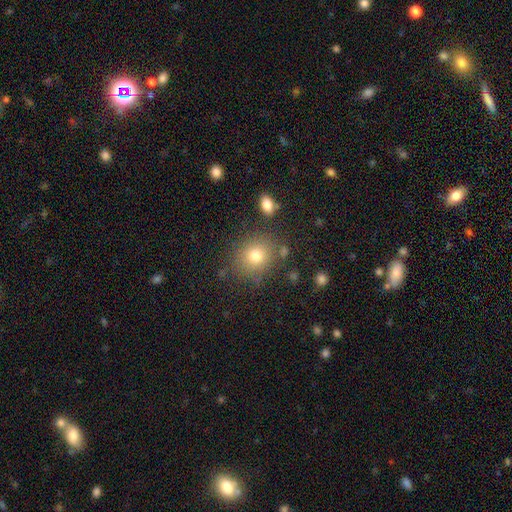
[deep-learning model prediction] Morphology: type=smooth (77%); roundness=round (77%); merging=none (80%).